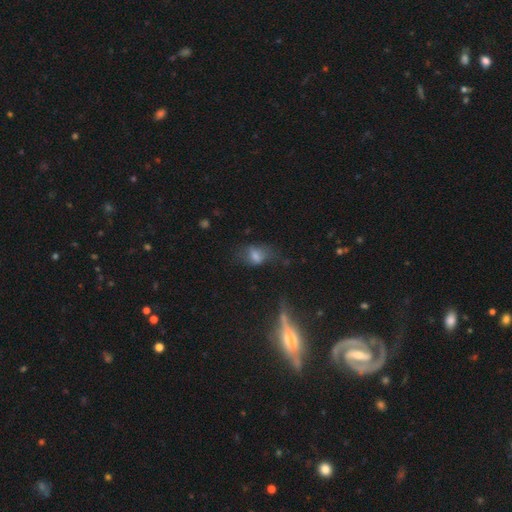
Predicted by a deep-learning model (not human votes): Smooth or featured? smooth (58%)
How rounded? in between (79%)
Merging? none (41%)